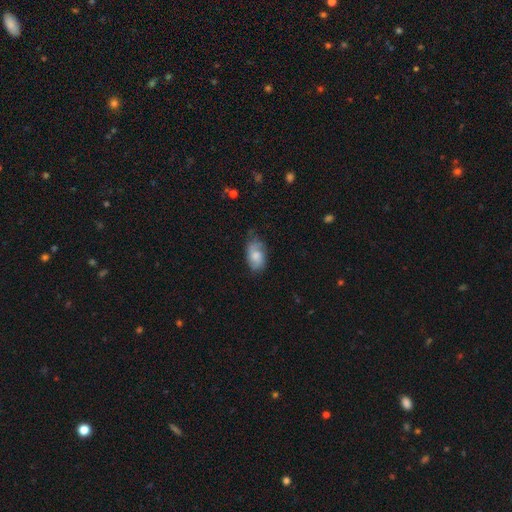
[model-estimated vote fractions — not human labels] A smooth galaxy with no disk features (63%) that is in between round and cigar-shaped (91%).

Vote fractions:
- Smooth or featured? smooth: 63% / featured or disk: 29% / star or artifact: 7%
- How rounded? in between: 91% / round: 7% / cigar-shaped: 2%
- Merging? none: 57% / minor disturbance: 32% / major disturbance: 9% / merger: 2%